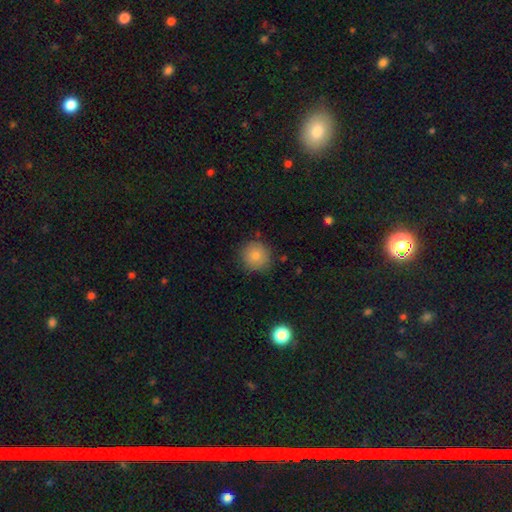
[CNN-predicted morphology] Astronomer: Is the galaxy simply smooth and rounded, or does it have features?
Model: smooth — 83%.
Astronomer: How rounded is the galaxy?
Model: round — 92%.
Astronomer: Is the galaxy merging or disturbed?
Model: none — 84%.